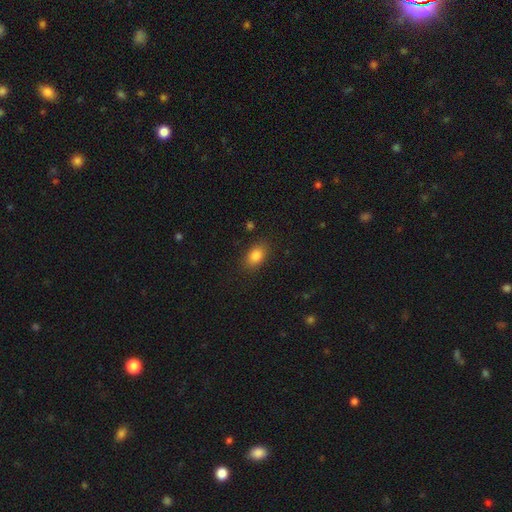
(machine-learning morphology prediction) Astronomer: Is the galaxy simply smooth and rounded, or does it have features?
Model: smooth — 84%.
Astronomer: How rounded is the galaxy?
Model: in between — 84%.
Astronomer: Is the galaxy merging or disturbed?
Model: none — 85%.